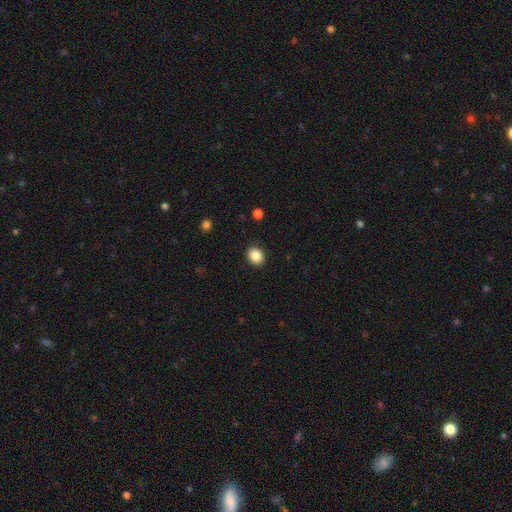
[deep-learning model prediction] Smooth or featured: smooth — 87% (star or artifact — 10%)
How rounded: round — 69% (in between — 30%)
Merging: none — 91% (minor disturbance — 6%)